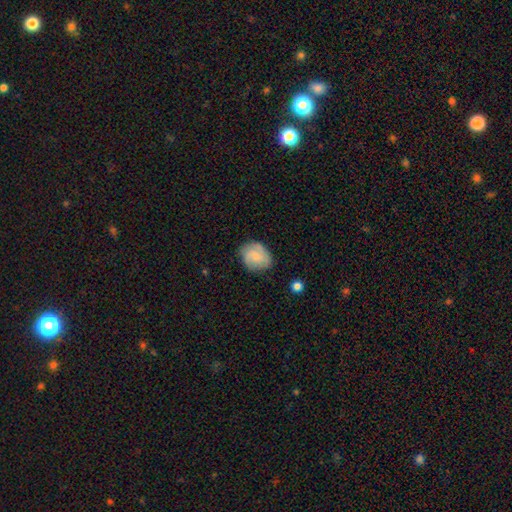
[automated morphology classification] Overall: smooth (59%; featured or disk 33%). How rounded: round (53%; in between 46%). Merging: none (70%).